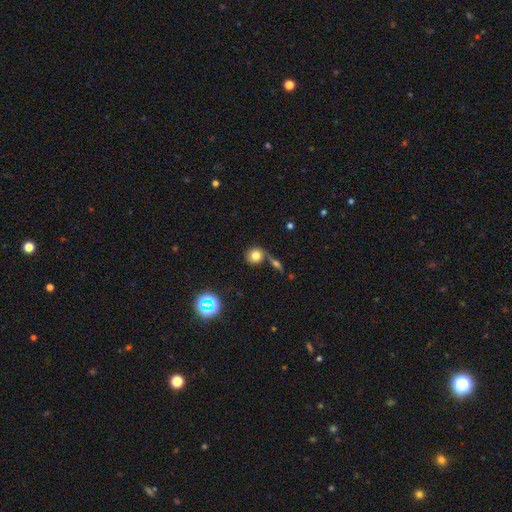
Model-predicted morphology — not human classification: Overall: smooth (77%). How rounded: round (87%). Merging: none (65%).